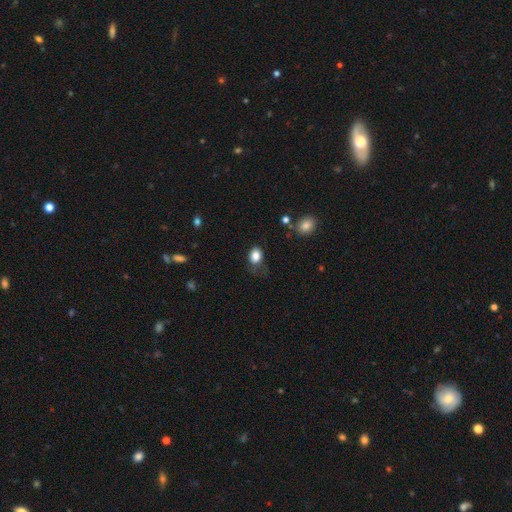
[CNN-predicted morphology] A smooth galaxy with no disk features (83%) that is in between round and cigar-shaped (63%). Merging: none (52%).